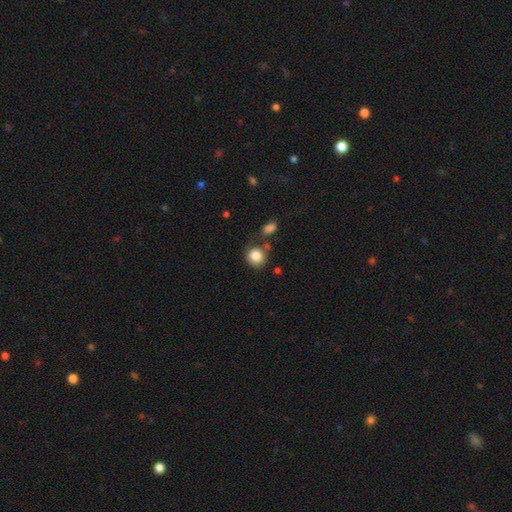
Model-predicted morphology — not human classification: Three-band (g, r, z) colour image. It shows a smooth galaxy with no disk features (85%) that is round (85%). Merging: none (68%).